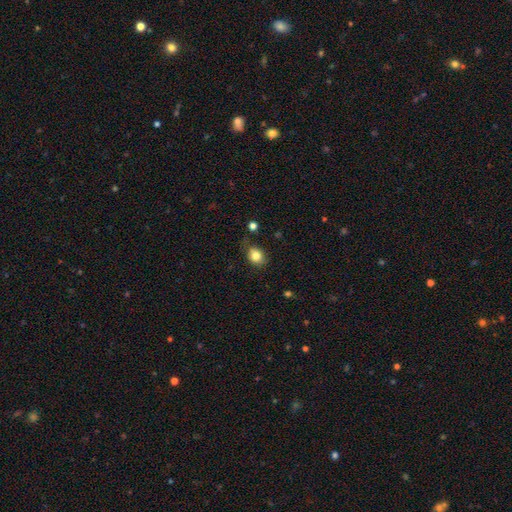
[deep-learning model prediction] Overall: smooth (82%). How rounded: round (54%; in between 45%). Merging: none (68%).